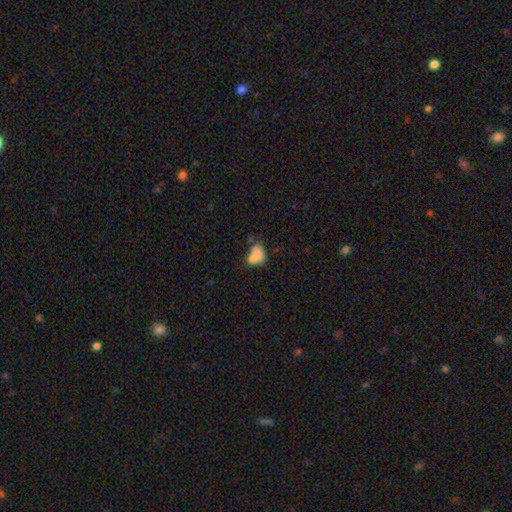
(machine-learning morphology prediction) Smooth or featured?
  - smooth: 72% *
  - featured or disk: 17%
  - star or artifact: 11%
How rounded?
  - in between: 71% *
  - round: 28%
  - cigar-shaped: 2%
Merging?
  - merger: 49% *
  - none: 25%
  - minor disturbance: 16%
  - major disturbance: 11%